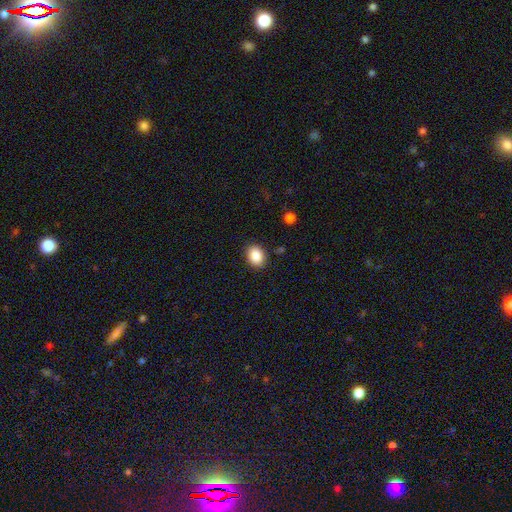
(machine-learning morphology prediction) smooth_or_featured: smooth (p=0.88) [alt: star or artifact p=0.08]
how_rounded: in between (p=0.58) [alt: round p=0.41]
merging: none (p=0.87) [alt: minor disturbance p=0.09]